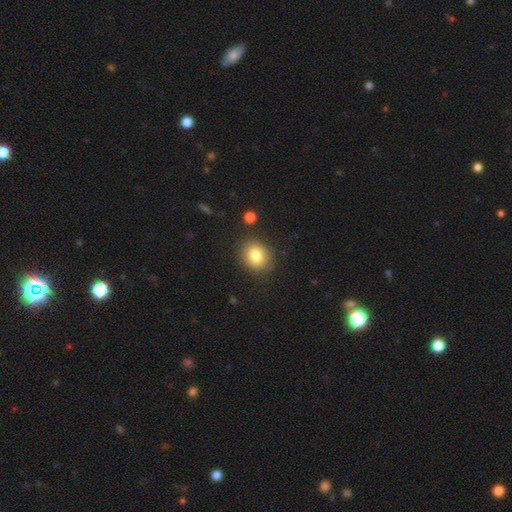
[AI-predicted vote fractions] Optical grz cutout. It shows a smooth galaxy with no disk features (81%) that is round (70%). Merging: none (85%).